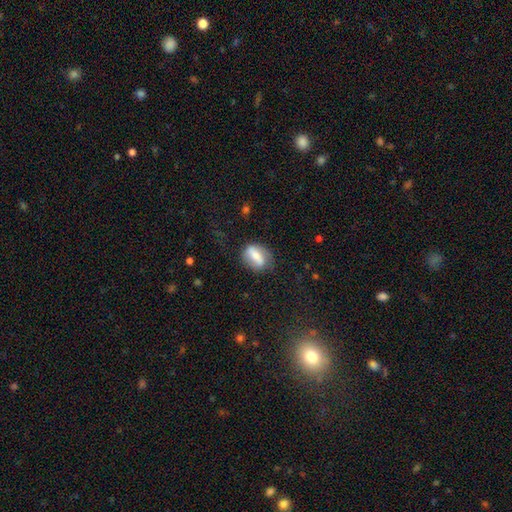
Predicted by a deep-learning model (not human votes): Smooth or featured? Predicted: smooth (p=0.53). How rounded? Predicted: in between (p=0.73). Merging? Predicted: none (p=0.66).